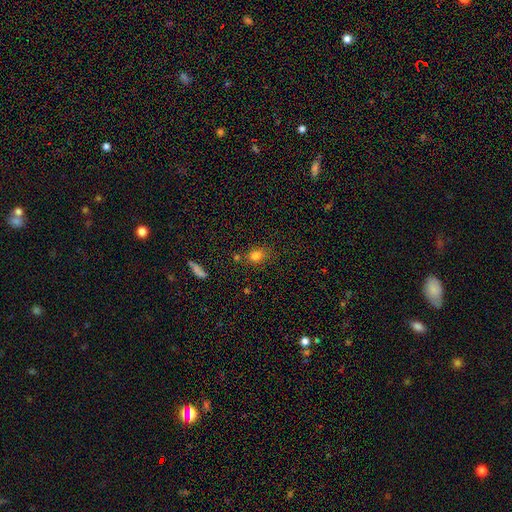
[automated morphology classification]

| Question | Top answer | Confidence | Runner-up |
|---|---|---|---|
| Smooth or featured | smooth | 78% | star or artifact (14%) |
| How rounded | in between | 51% | round (47%) |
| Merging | none | 71% | minor disturbance (16%) |